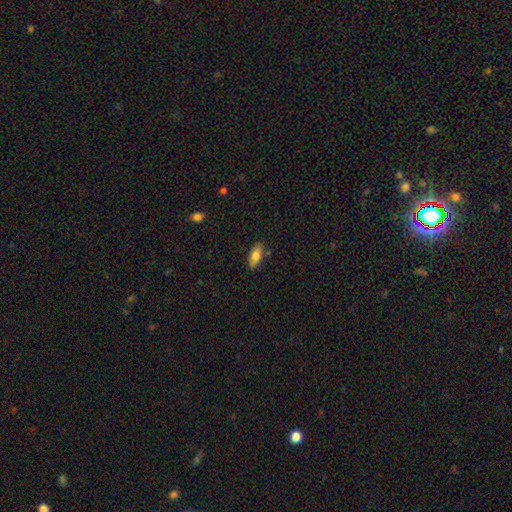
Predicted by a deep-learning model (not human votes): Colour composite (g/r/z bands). It shows a smooth galaxy with no disk features (80%) that is in between round and cigar-shaped (83%). Merging: none (83%).